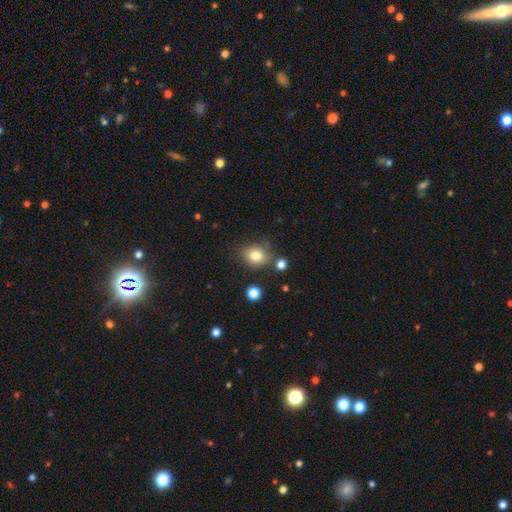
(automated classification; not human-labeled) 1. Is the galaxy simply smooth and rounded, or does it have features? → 79% smooth, 12% star or artifact, 9% featured or disk.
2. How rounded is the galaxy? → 55% round, 44% in between, 1% cigar-shaped.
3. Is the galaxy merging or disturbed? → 71% none, 18% minor disturbance, 7% merger, 5% major disturbance.